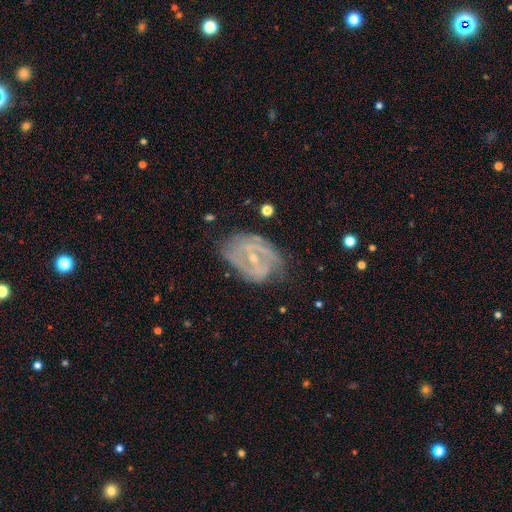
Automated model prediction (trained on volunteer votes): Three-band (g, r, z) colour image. It shows a featured or disk galaxy (70%) with no bar (45%), 2 (37%) tight (48%) spiral arms (84%) and a small central bulge (74%). Merging: none (69%).